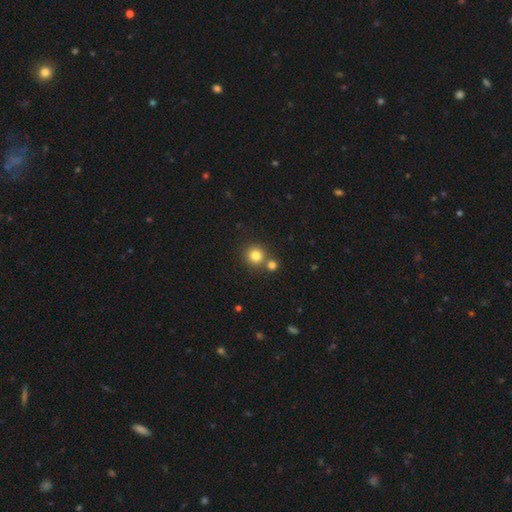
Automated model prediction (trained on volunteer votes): Smooth or featured: smooth — 81% (star or artifact — 12%)
How rounded: round — 92% (in between — 7%)
Merging: none — 68% (merger — 23%)